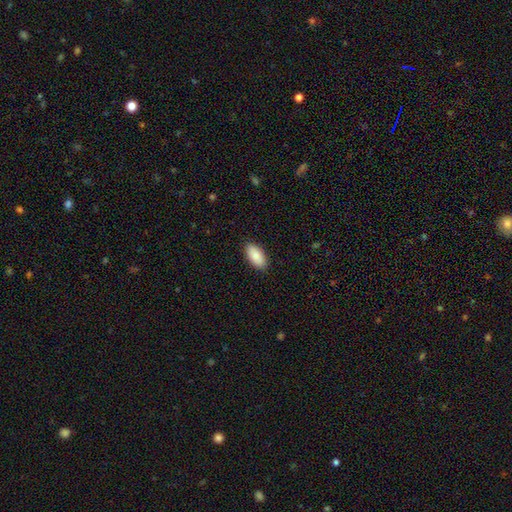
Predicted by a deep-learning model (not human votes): Morphology: type=smooth (88%); roundness=in between (94%); merging=none (89%).